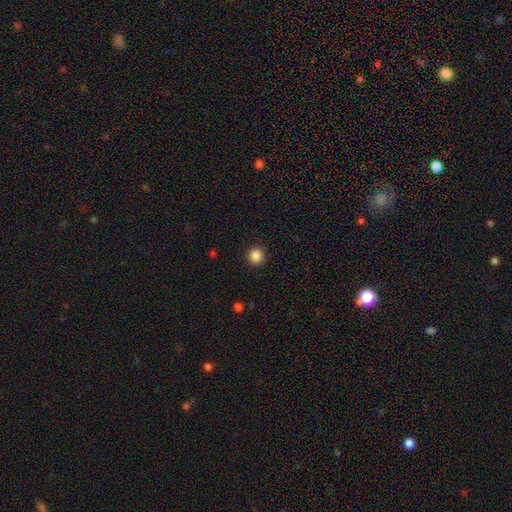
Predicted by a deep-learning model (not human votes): The model was most divided on "smooth or featured": smooth: 87%, star or artifact: 11%, featured or disk: 3%. More confident: how rounded — round (93%); merging — none (92%).